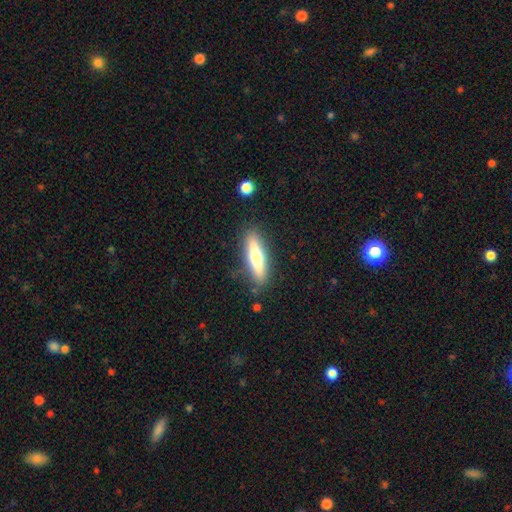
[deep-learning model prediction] This is possibly a smooth galaxy (52%). How rounded: likely cigar-shaped (75%). Merging: clearly none (85%).